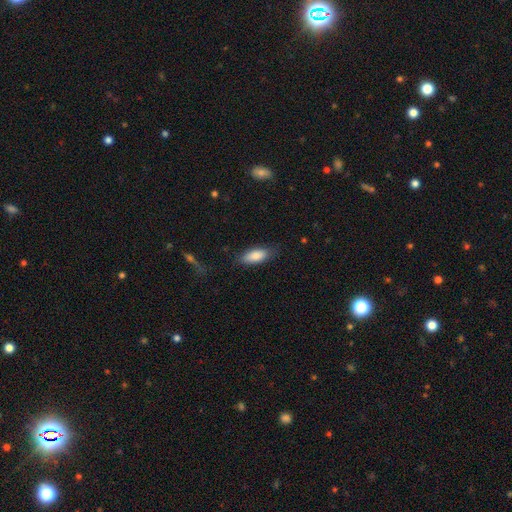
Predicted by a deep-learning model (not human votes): A smooth galaxy with no disk features (84%) that is in between round and cigar-shaped (77%). Merging: none (80%).